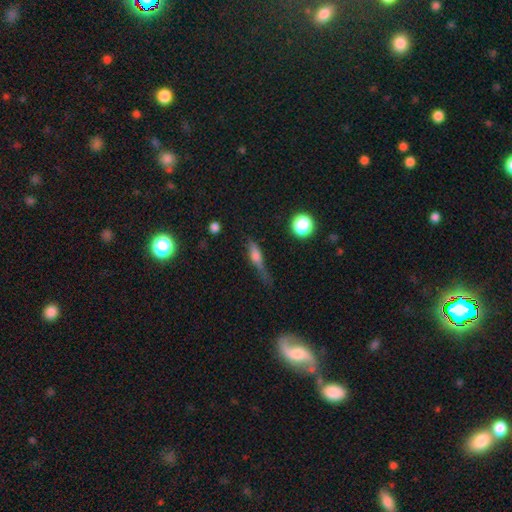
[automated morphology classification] smooth_or_featured: smooth (p=0.50) [alt: featured or disk p=0.38]
how_rounded: cigar-shaped (p=0.62) [alt: in between p=0.29]
merging: none (p=0.51) [alt: minor disturbance p=0.30]